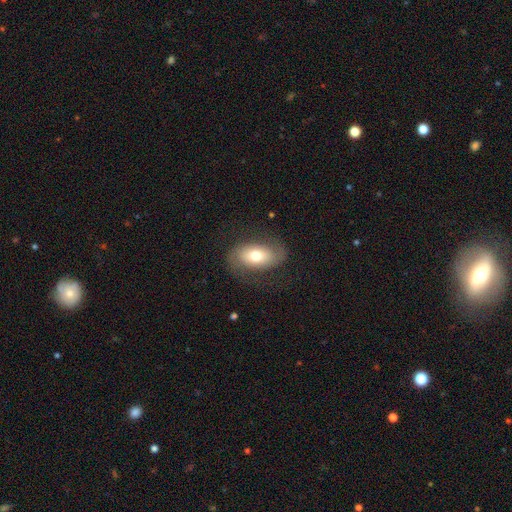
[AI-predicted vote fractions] A smooth galaxy with no disk features (50%) that is in between round and cigar-shaped (90%).

Vote fractions:
- Smooth or featured? smooth: 50% / featured or disk: 43% / star or artifact: 7%
- How rounded? in between: 90% / round: 8% / cigar-shaped: 2%
- Merging? none: 72% / minor disturbance: 16% / major disturbance: 11% / merger: 1%